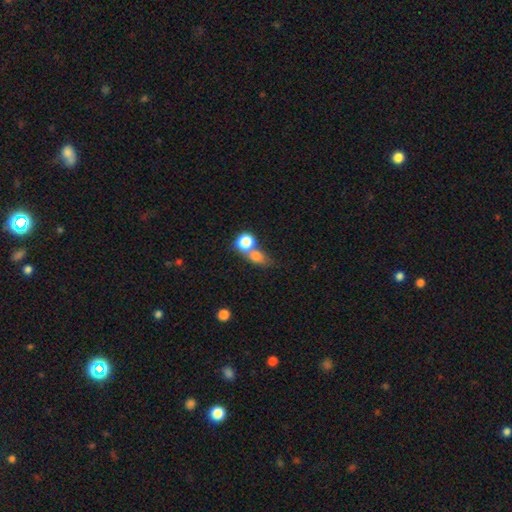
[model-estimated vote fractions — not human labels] Overall: smooth (75%). How rounded: round (53%; in between 42%). Merging: merger (58%; none 28%).